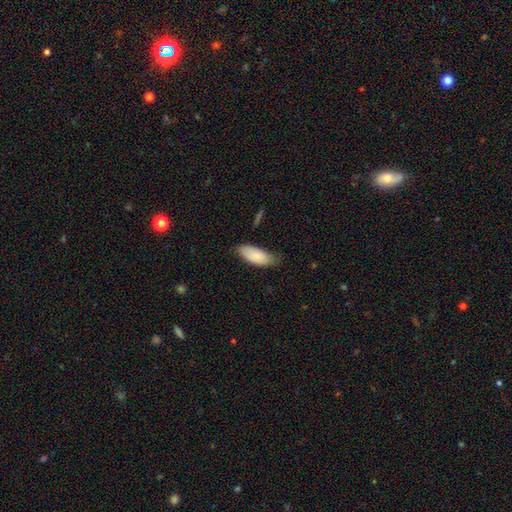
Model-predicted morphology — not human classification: Overall: smooth (84%). How rounded: in between (87%). Merging: none (67%; minor disturbance 27%).